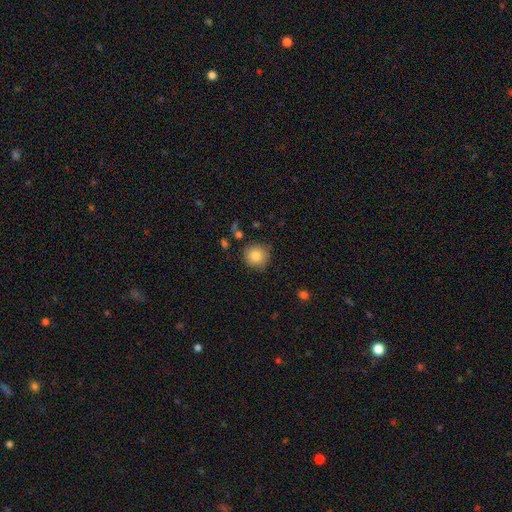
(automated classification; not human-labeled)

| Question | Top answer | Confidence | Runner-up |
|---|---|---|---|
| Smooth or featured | smooth | 82% | star or artifact (10%) |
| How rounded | round | 92% | in between (7%) |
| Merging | none | 85% | minor disturbance (10%) |